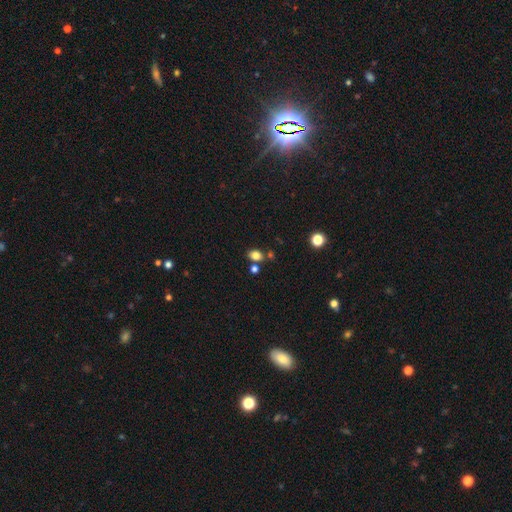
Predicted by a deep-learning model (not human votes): smooth 80%, star or artifact 13%, featured or disk 7%. Down the decision tree: how rounded — in between (69%); merging — none (70%).